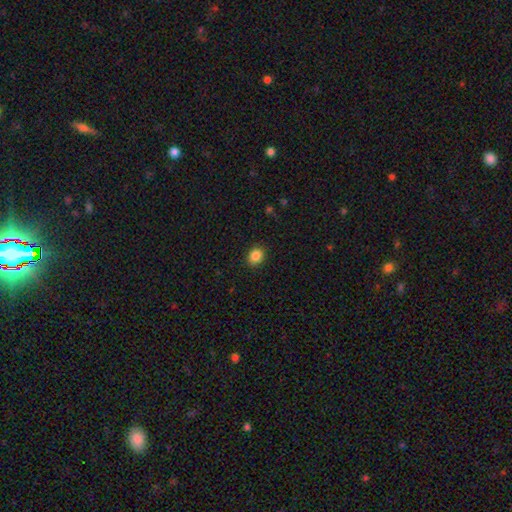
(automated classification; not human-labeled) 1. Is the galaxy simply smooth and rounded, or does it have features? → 87% smooth, 10% star or artifact, 4% featured or disk.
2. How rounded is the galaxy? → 58% round, 41% in between, 1% cigar-shaped.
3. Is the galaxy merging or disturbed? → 89% none, 8% minor disturbance, 2% major disturbance, 1% merger.